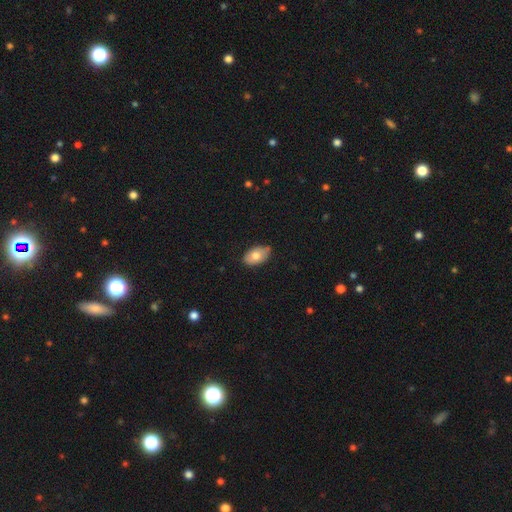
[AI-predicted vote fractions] This appears to be a smooth galaxy with no disk features (72%) that is in between round and cigar-shaped (92%). Merging: none (77%).